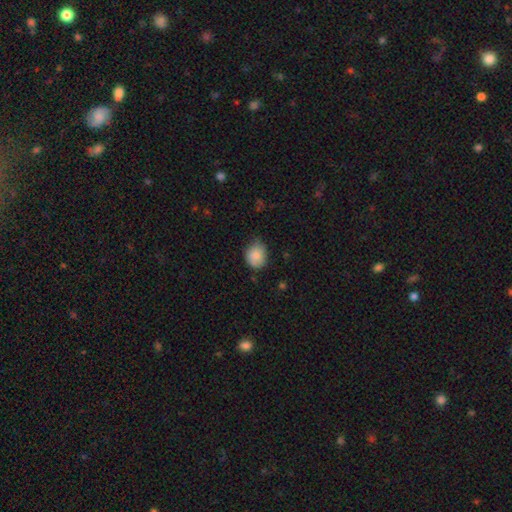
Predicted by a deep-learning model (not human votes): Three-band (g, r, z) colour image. It shows a smooth galaxy with no disk features (81%) that is round (58%). Merging: none (59%).